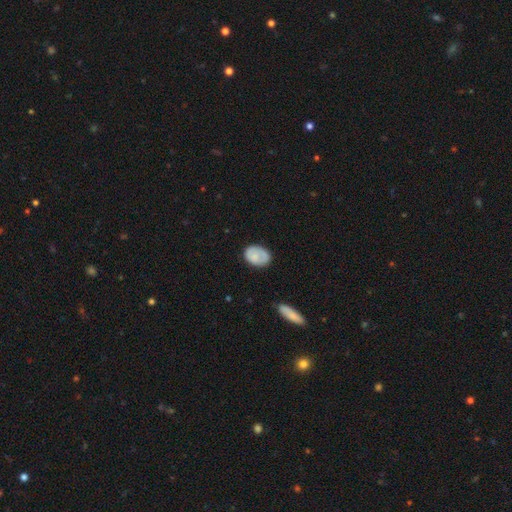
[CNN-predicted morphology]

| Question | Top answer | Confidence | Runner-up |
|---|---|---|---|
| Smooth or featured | smooth | 75% | featured or disk (19%) |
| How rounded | in between | 76% | round (22%) |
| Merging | none | 73% | minor disturbance (20%) |